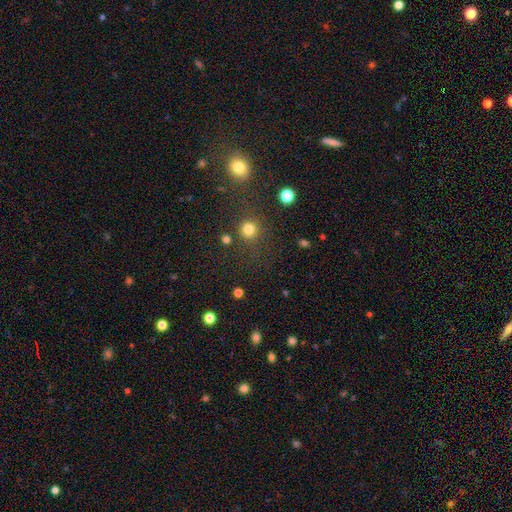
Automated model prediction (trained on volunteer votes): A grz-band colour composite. It shows a smooth galaxy with no disk features (47%). Merging: none (71%).